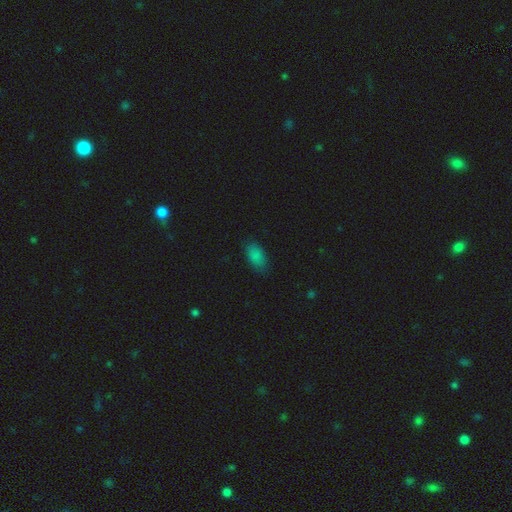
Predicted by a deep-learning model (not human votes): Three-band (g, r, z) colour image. It shows a smooth galaxy with no disk features (85%) that is in between round and cigar-shaped (92%). Merging: none (79%).